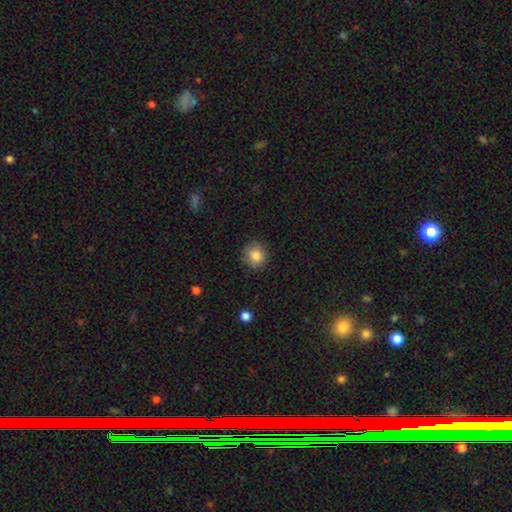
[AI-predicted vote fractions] smooth 85%, star or artifact 9%, featured or disk 6%. Down the decision tree: how rounded — round (86%); merging — none (85%).